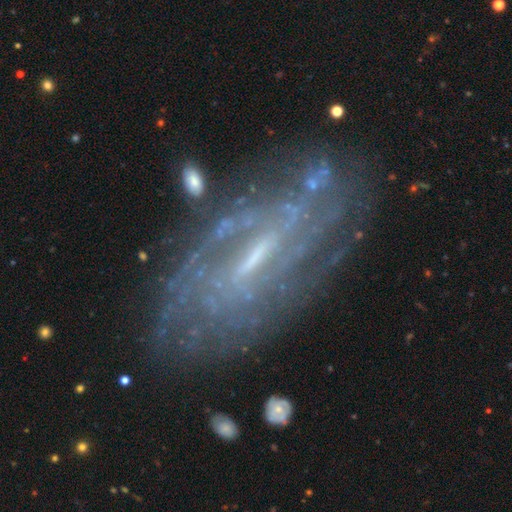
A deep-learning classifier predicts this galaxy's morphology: Smooth or featured? Predicted: featured or disk (p=0.80). Edge-on disk? Predicted: no (p=0.90). Bar? Predicted: weak (p=0.48). Spiral arms? Predicted: yes (p=0.82). Spiral winding? Predicted: tight (p=0.60). Spiral arm count? Predicted: can't tell (p=0.59). Bulge size? Predicted: small (p=0.56). Merging? Predicted: none (p=0.74).